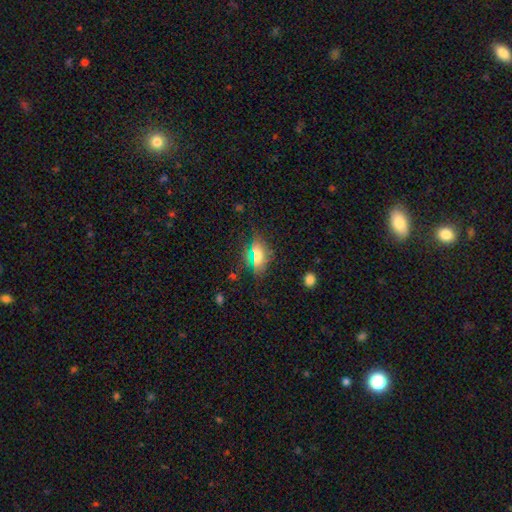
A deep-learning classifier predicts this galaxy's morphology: Smooth or featured? Predicted: smooth (p=0.63). How rounded? Predicted: in between (p=0.75). Merging? Predicted: none (p=0.80).